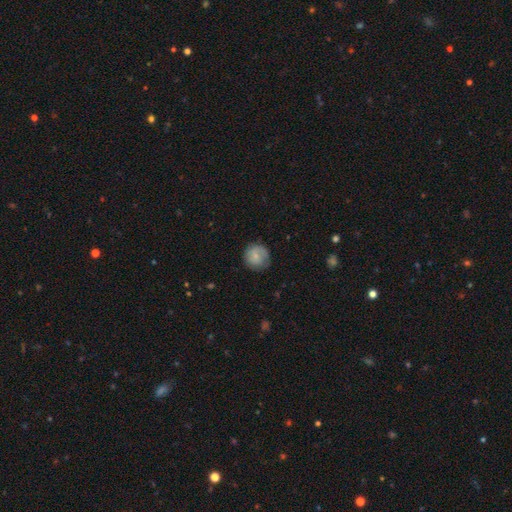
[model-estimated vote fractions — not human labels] smooth-or-featured: smooth: 73% | featured or disk: 20% | star or artifact: 7%
  how-rounded: round: 90% | in between: 9% | cigar-shaped: 1%
  merging: none: 77% | minor disturbance: 17% | major disturbance: 5% | merger: 1%